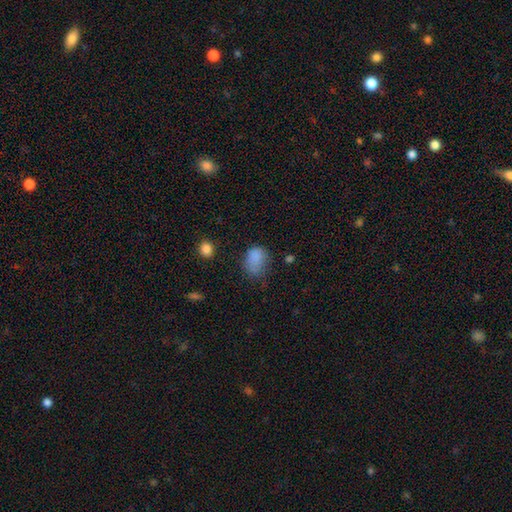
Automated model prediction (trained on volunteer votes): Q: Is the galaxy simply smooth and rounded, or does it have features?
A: smooth — 79%.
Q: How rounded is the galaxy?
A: in between — 73%.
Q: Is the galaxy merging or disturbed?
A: none — 46%.